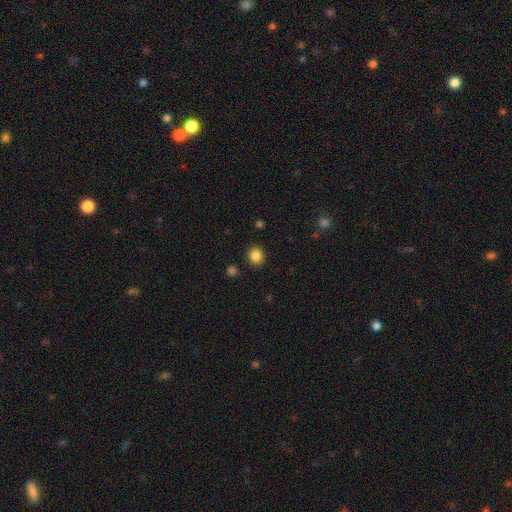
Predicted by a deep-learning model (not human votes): This appears to be a smooth galaxy with no disk features (85%) that is round (81%). Merging: none (90%).